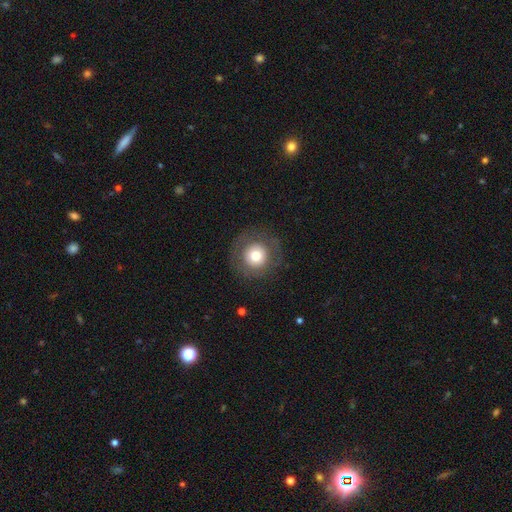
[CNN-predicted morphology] Smooth or featured? smooth (69%)
How rounded? round (95%)
Merging? none (83%)